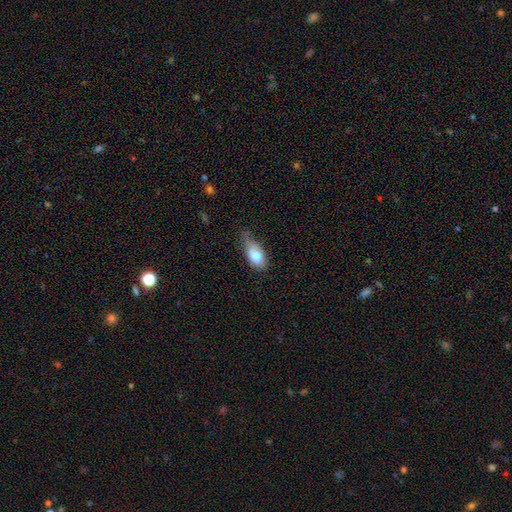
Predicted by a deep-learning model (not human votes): This is likely a smooth galaxy (78%). How rounded: clearly in between (88%). Merging: possibly minor disturbance (46%).